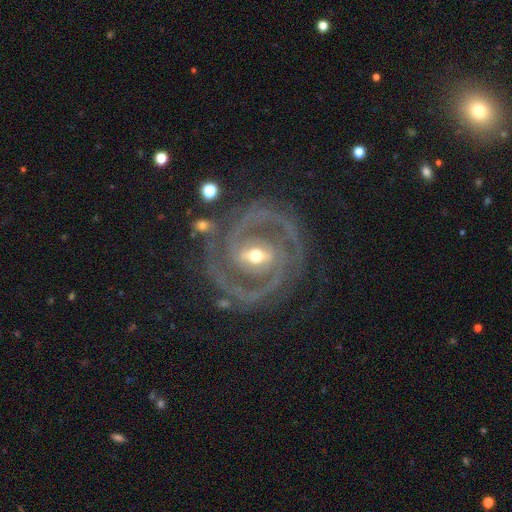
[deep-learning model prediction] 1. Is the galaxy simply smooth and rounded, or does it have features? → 91% featured or disk, 5% smooth, 4% star or artifact.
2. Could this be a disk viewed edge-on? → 97% no, 3% yes.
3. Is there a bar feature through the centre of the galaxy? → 49% strong, 37% weak, 14% no.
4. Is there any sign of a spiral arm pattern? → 96% yes, 4% no.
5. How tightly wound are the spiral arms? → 54% tight, 38% medium, 9% loose.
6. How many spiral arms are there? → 68% 2, 11% 3, 9% can't tell, 4% 4, 4% 1, 4% more than 4.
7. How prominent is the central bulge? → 58% moderate, 36% small, 4% large, 1% dominant, 1% none.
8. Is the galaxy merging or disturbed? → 70% none, 15% minor disturbance, 10% major disturbance, 5% merger.